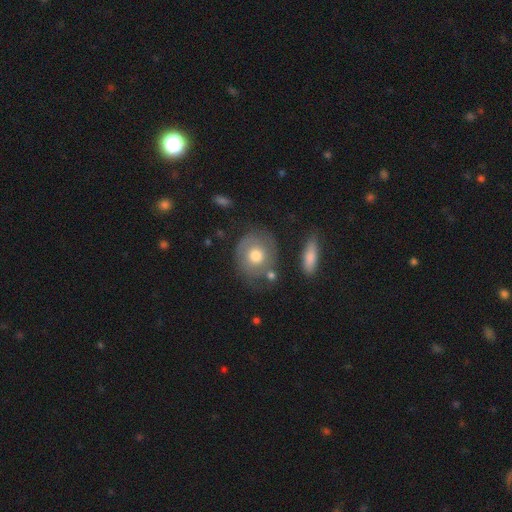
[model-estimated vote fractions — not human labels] Overall: smooth (50%; featured or disk 42%). How rounded: round (73%). Merging: none (66%).